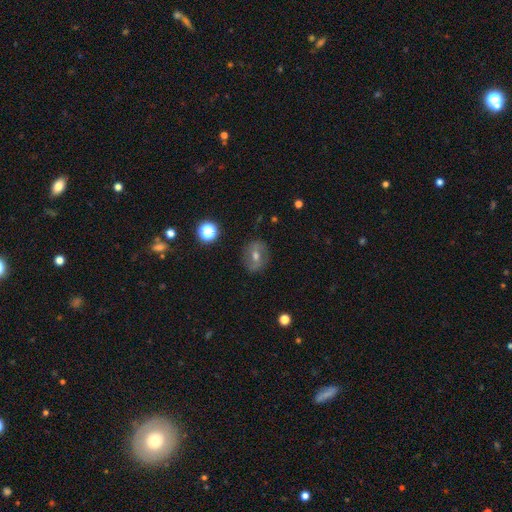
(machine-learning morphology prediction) Smooth or featured? featured or disk (52%)
Edge-on disk? no (93%)
Merging? none (84%)